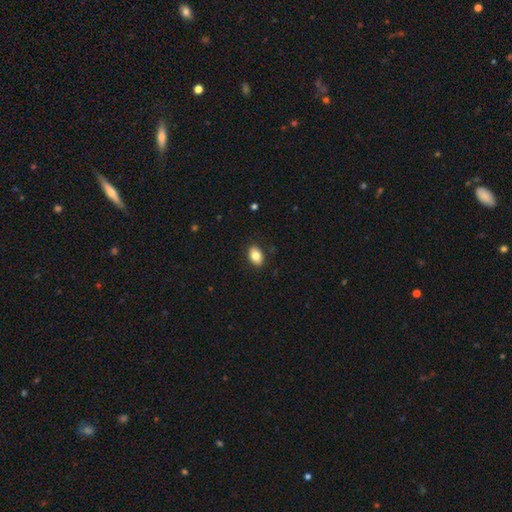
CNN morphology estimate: Q: Smooth or featured?
A: smooth (82%); runner-up: featured or disk (11%)
Q: How rounded?
A: in between (87%); runner-up: round (12%)
Q: Merging?
A: none (88%); runner-up: minor disturbance (9%)